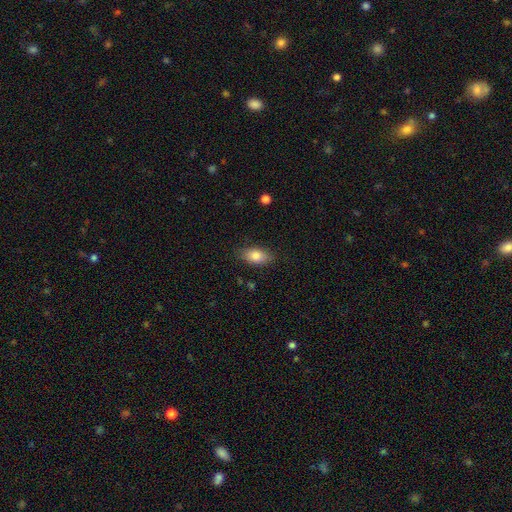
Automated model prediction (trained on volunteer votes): Smooth or featured? smooth (82%)
How rounded? in between (89%)
Merging? none (84%)